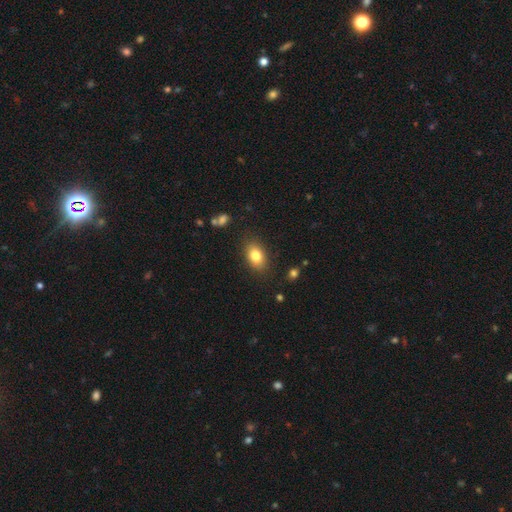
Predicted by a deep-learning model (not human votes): Smooth or featured? Predicted: smooth (p=0.81). How rounded? Predicted: in between (p=0.83). Merging? Predicted: none (p=0.85).